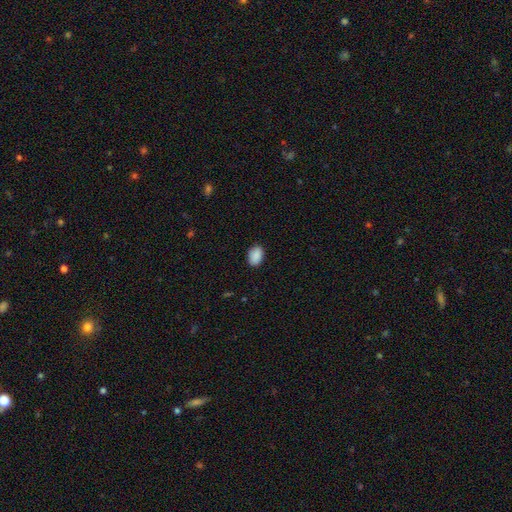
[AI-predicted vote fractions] The model was most divided on "how rounded": in between: 85%, round: 13%, cigar-shaped: 1%. More confident: smooth or featured — smooth (90%); merging — none (87%).